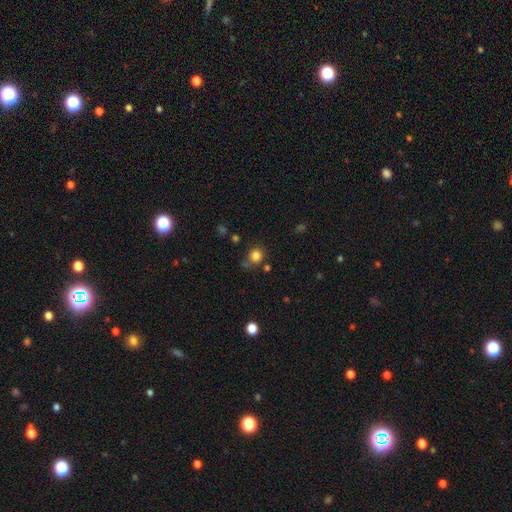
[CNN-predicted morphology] A smooth galaxy with no disk features (82%) that is round (85%).

Vote fractions:
- Smooth or featured? smooth: 82% / star or artifact: 13% / featured or disk: 5%
- How rounded? round: 85% / in between: 14% / cigar-shaped: 1%
- Merging? none: 71% / minor disturbance: 15% / merger: 8% / major disturbance: 5%